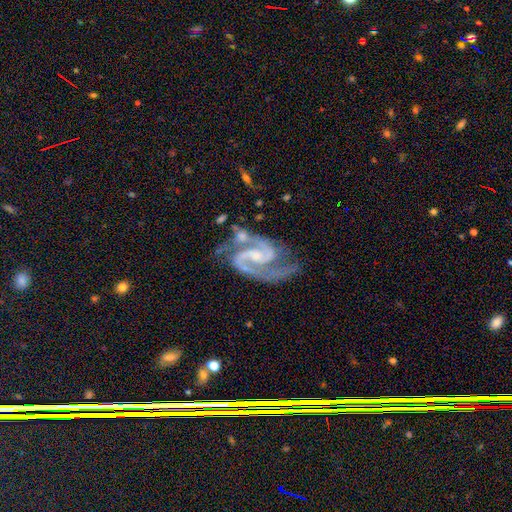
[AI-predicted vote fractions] Smooth or featured?
  - featured or disk: 94% *
  - star or artifact: 4%
  - smooth: 2%
Edge-on disk?
  - no: 98% *
  - yes: 2%
Bar?
  - weak: 48% *
  - no: 33%
  - strong: 20%
Spiral arms?
  - yes: 99% *
  - no: 1%
Spiral winding?
  - medium: 63% *
  - tight: 25%
  - loose: 12%
Spiral arm count?
  - 2: 92% *
  - 3: 3%
  - can't tell: 2%
  - 1: 1%
  - 4: 1%
  - more than 4: 1%
Bulge size?
  - small: 56% *
  - moderate: 24%
  - none: 18%
  - large: 2%
  - dominant: 1%
Merging?
  - none: 59% *
  - minor disturbance: 21%
  - major disturbance: 11%
  - merger: 9%